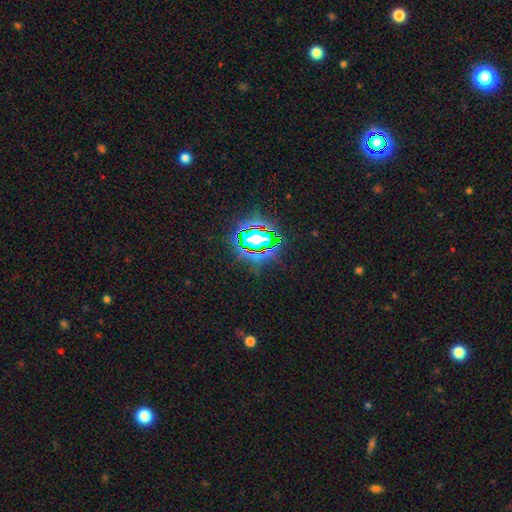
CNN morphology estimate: Overall: star or artifact (80%).